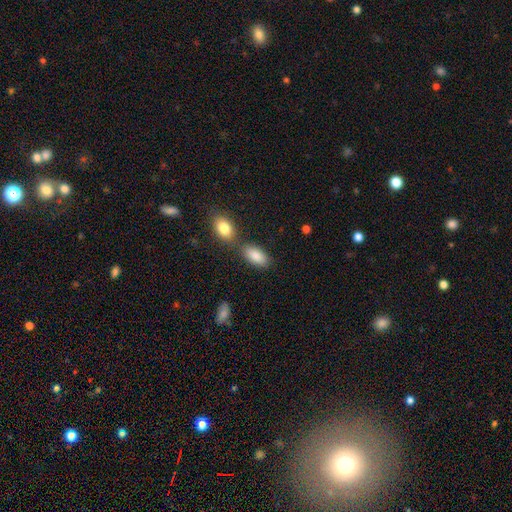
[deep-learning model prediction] Q: Smooth or featured?
A: smooth (86%); runner-up: star or artifact (7%)
Q: How rounded?
A: in between (92%); runner-up: cigar-shaped (5%)
Q: Merging?
A: none (62%); runner-up: merger (22%)